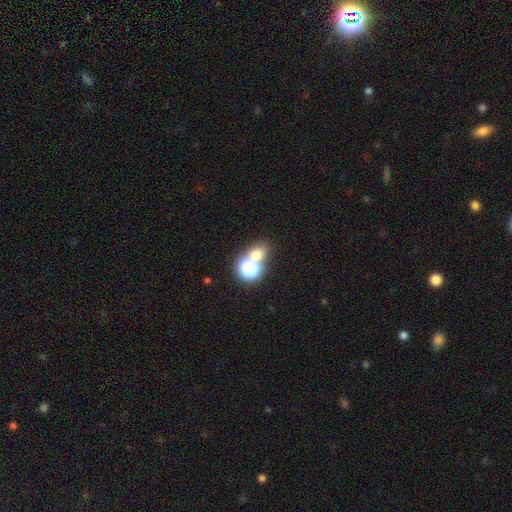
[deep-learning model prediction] Smooth or featured? smooth (61%)
How rounded? round (66%)
Merging? none (52%)